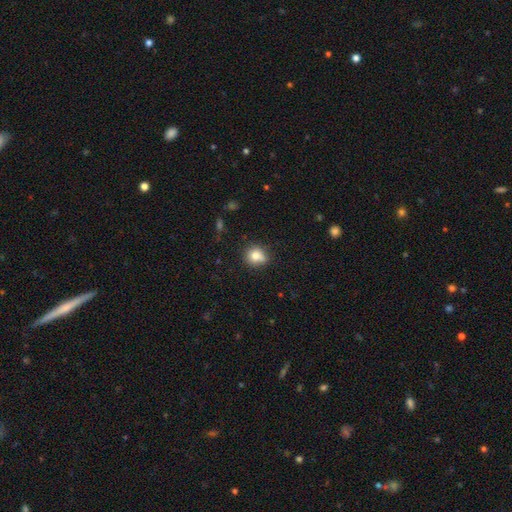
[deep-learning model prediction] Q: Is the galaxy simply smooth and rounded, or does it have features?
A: smooth — 78%.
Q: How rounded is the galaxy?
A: round — 82%.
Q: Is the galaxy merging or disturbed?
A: none — 66%.